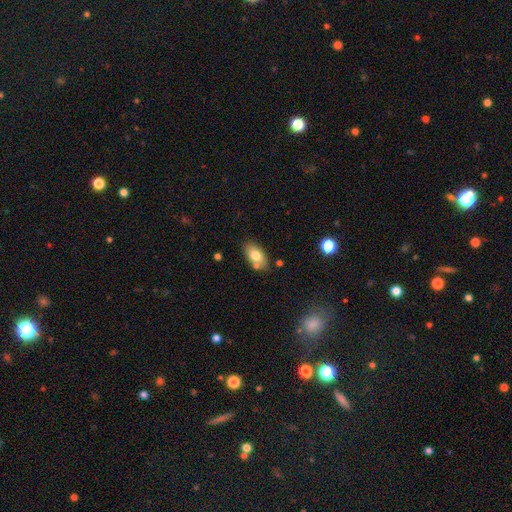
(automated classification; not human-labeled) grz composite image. It shows a smooth galaxy with no disk features (76%) that is in between round and cigar-shaped (90%). Merging: none (72%).